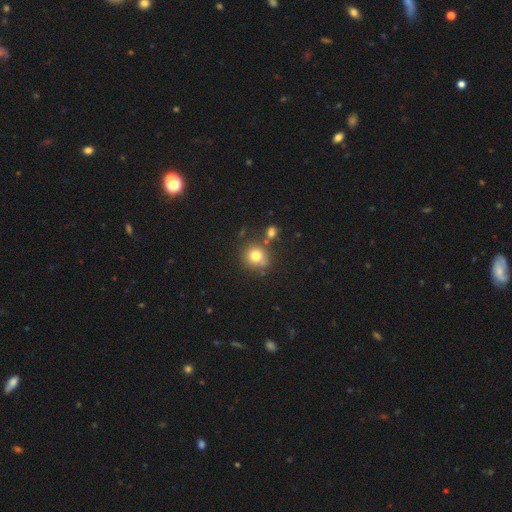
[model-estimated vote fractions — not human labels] smooth-or-featured: smooth: 76% | star or artifact: 13% | featured or disk: 11%
  how-rounded: round: 83% | in between: 16% | cigar-shaped: 1%
  merging: none: 69% | minor disturbance: 14% | merger: 13% | major disturbance: 4%